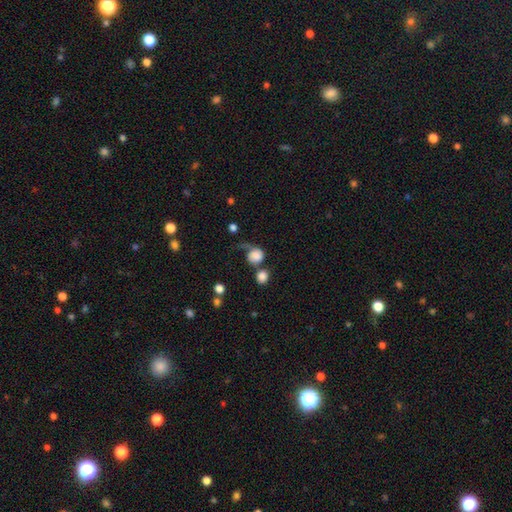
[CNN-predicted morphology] type=smooth (77%); roundness=round (80%); merging=none (31%).